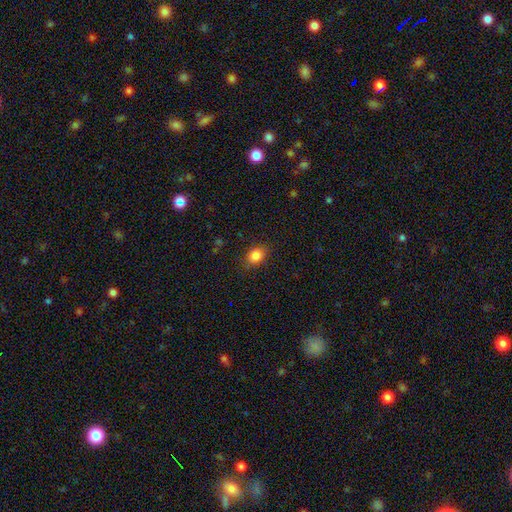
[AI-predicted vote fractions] Smooth or featured?
  - smooth: 85% *
  - star or artifact: 10%
  - featured or disk: 5%
How rounded?
  - in between: 59% *
  - round: 39%
  - cigar-shaped: 1%
Merging?
  - none: 83% *
  - minor disturbance: 12%
  - major disturbance: 3%
  - merger: 1%